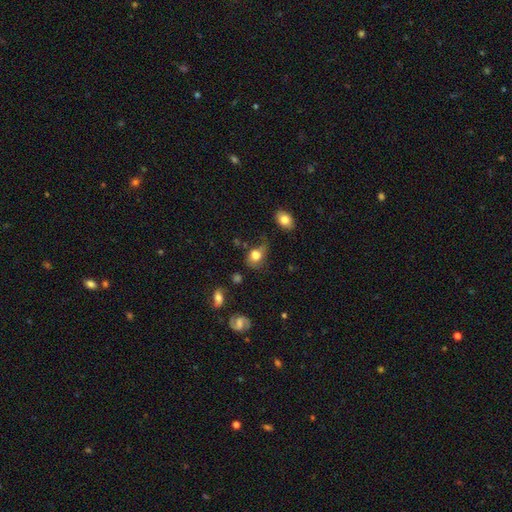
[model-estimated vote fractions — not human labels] This is likely a smooth galaxy (75%). How rounded: possibly in between (51%). Merging: marginally none (40%).